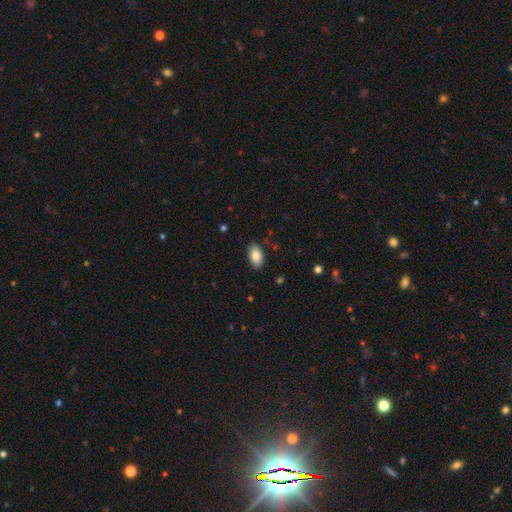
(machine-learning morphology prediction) smooth-or-featured: smooth: 83% | featured or disk: 10% | star or artifact: 7%
  how-rounded: in between: 94% | round: 4% | cigar-shaped: 2%
  merging: none: 87% | minor disturbance: 10% | major disturbance: 2% | merger: 1%